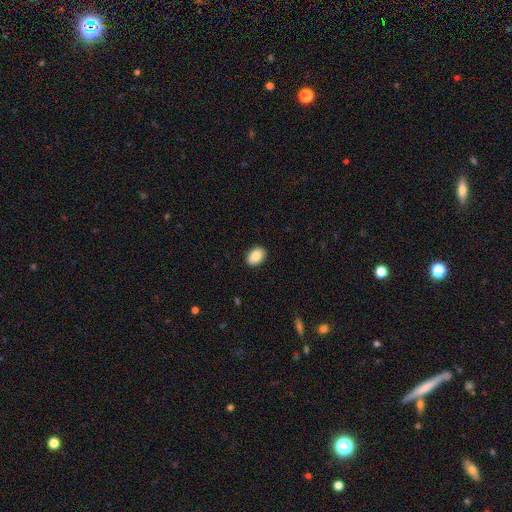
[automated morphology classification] This appears to be a smooth galaxy with no disk features (86%) that is in between round and cigar-shaped (82%). Merging: none (90%).